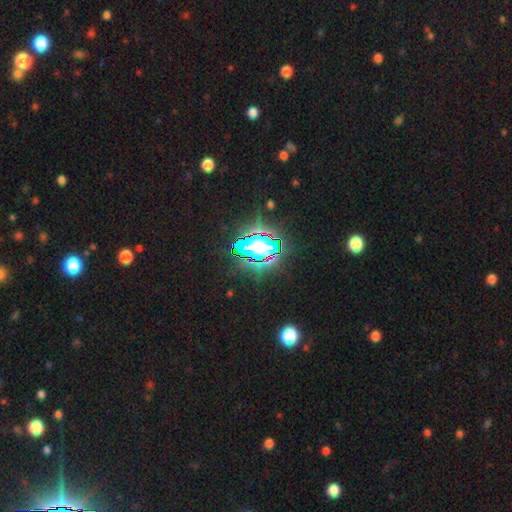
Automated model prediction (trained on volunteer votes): Overall: star or artifact (85%).